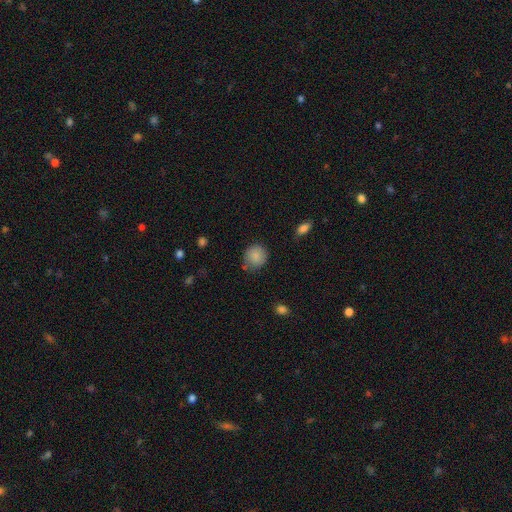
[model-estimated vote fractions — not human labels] The model was most divided on "merging": none: 76%, minor disturbance: 17%, major disturbance: 4%, merger: 3%. More confident: smooth or featured — smooth (86%); how rounded — round (85%).